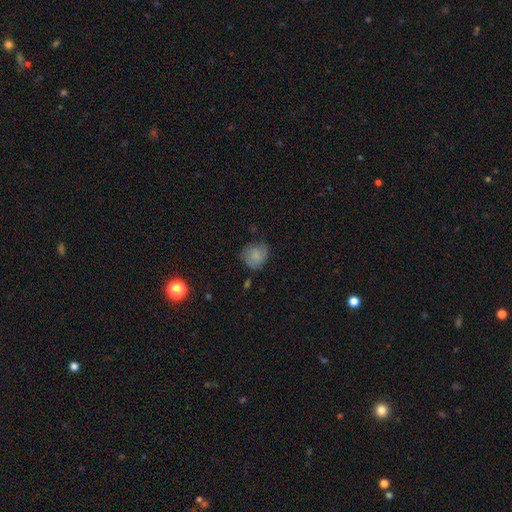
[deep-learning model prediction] A smooth galaxy with no disk features (68%) that is round (75%).

Vote fractions:
- Smooth or featured? smooth: 68% / featured or disk: 22% / star or artifact: 9%
- How rounded? round: 75% / in between: 24% / cigar-shaped: 1%
- Merging? none: 60% / minor disturbance: 29% / major disturbance: 9% / merger: 2%